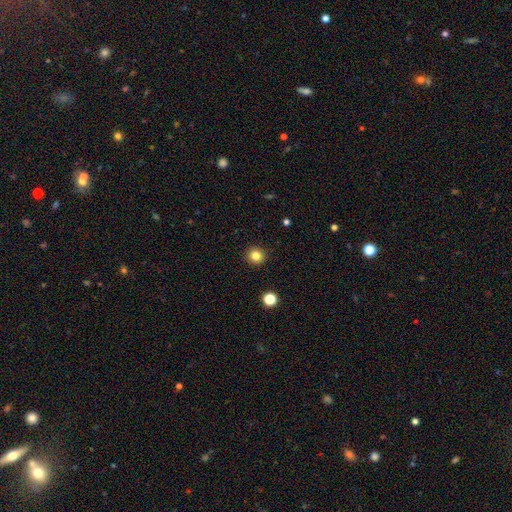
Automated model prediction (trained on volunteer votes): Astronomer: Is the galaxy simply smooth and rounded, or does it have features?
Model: smooth — 83%.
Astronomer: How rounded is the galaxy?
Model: round — 93%.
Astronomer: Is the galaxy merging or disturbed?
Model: none — 92%.